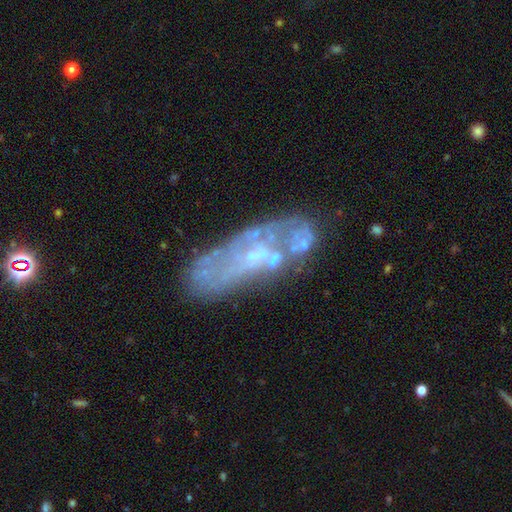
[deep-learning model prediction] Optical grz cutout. It shows a featured or disk galaxy (67%) with no bar (69%), no spiral arms (59%) and a small central bulge (53%). Merging: none (57%).